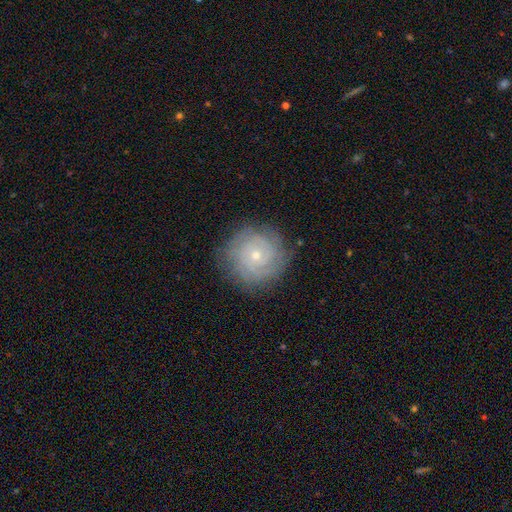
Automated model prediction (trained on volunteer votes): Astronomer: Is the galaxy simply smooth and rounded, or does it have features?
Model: featured or disk — 79%.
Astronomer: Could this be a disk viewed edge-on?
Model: no — 98%.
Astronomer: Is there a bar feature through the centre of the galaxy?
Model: no — 79%.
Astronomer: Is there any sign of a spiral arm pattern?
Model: yes — 94%.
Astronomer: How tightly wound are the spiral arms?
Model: tight — 81%.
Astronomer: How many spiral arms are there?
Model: can't tell — 34% (runner-up: 2, 24%).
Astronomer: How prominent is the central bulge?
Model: small — 65%.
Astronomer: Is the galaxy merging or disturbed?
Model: none — 83%.